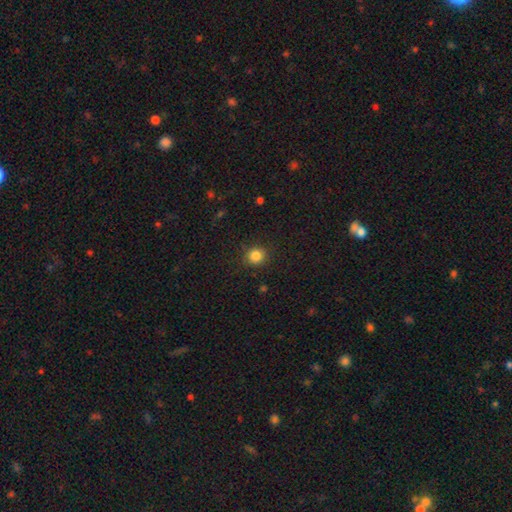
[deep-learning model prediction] A smooth galaxy with no disk features (85%) that is round (89%). Merging: none (88%).